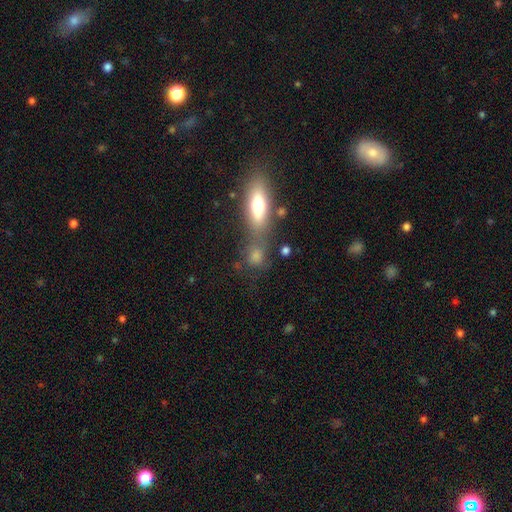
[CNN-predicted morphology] This is likely a smooth galaxy (64%). How rounded: marginally in between (43%). Merging: possibly none (55%).